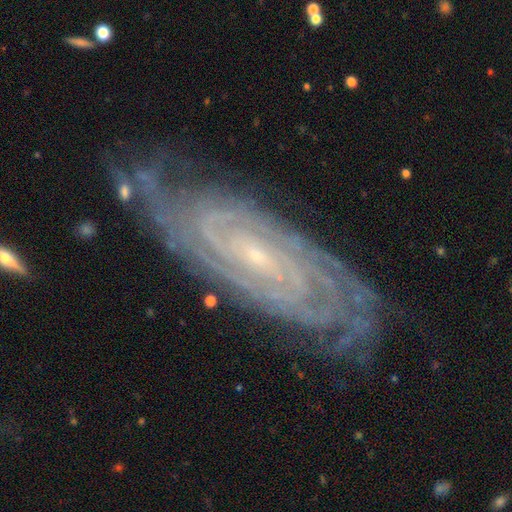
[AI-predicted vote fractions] This is clearly a featured or disk galaxy (88%). It is clearly not viewed edge-on (92%). Bar: marginally no (42%). Spiral arm pattern: clearly yes (98%). Spiral arm count: marginally can't tell (32%). Spiral winding: clearly tight (81%). Central bulge: clearly small (83%). Merging: likely none (79%).